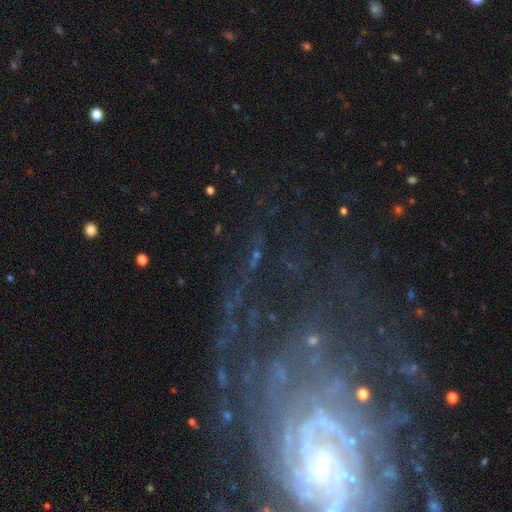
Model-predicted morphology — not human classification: Overall: star or artifact (66%).